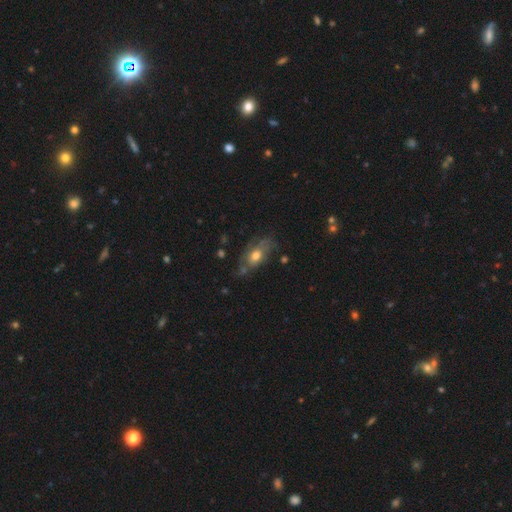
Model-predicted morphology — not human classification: Smooth or featured: featured or disk — 47% (smooth — 44%)
Merging: none — 52% (minor disturbance — 28%)